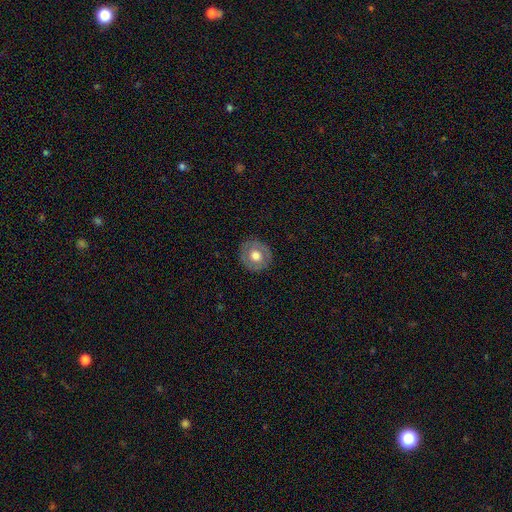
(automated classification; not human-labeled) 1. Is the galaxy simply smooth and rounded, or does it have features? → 57% smooth, 36% featured or disk, 7% star or artifact.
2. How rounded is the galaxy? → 90% round, 9% in between, 1% cigar-shaped.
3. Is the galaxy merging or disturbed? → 86% none, 9% minor disturbance, 3% major disturbance, 1% merger.